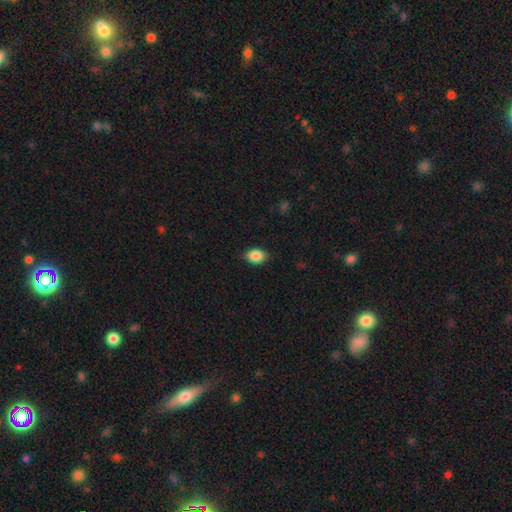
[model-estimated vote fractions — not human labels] Smooth or featured?
  - smooth: 87% *
  - star or artifact: 8%
  - featured or disk: 5%
How rounded?
  - in between: 80% *
  - round: 19%
  - cigar-shaped: 1%
Merging?
  - none: 85% *
  - minor disturbance: 12%
  - major disturbance: 2%
  - merger: 1%